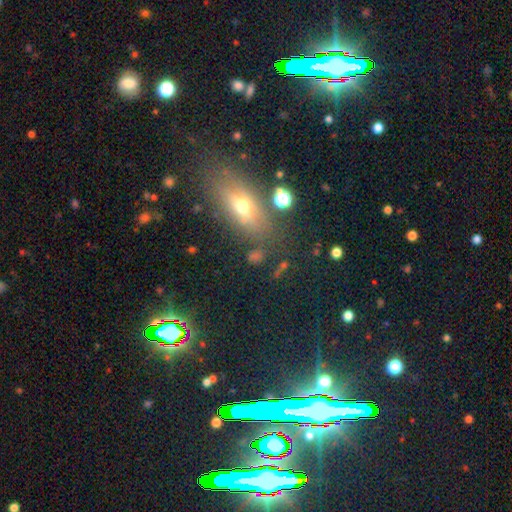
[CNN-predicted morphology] A smooth galaxy with no disk features (49%). Merging: none (74%).